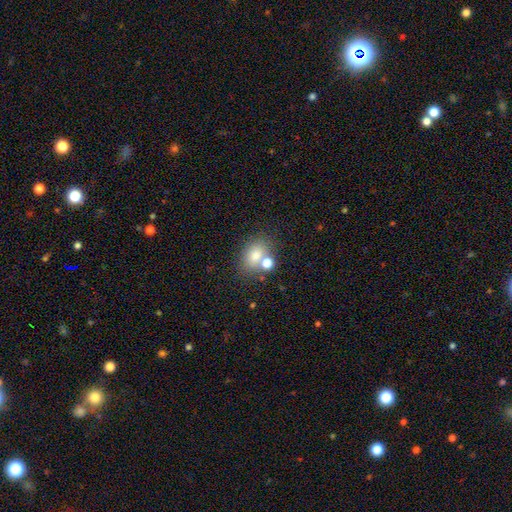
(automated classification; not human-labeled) A smooth galaxy with no disk features (74%) that is in between round and cigar-shaped (65%). Merging: none (60%).